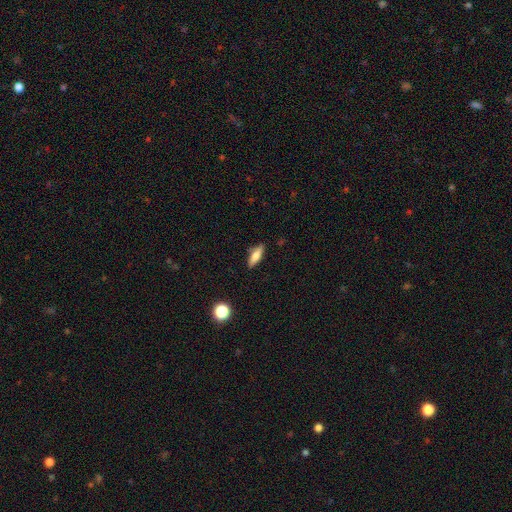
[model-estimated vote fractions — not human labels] Morphology: type=smooth (68%); roundness=in between (53%); merging=none (84%).